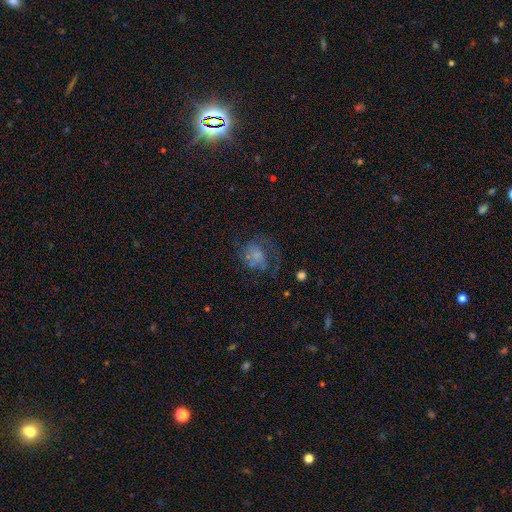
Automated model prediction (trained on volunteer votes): Smooth or featured? smooth (45%)
Merging? none (37%, tied with major disturbance)